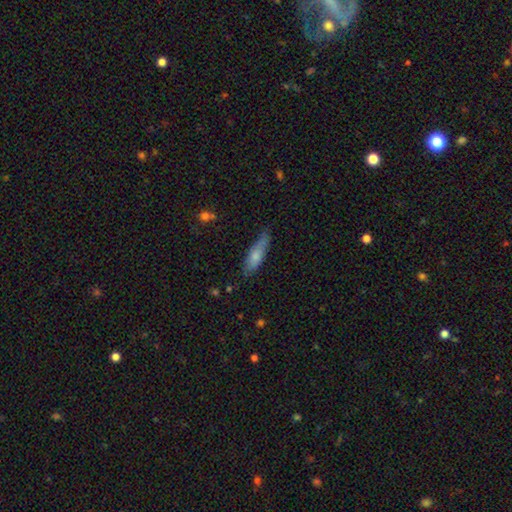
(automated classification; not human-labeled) Morphology: type=smooth (73%); roundness=cigar-shaped (60%); merging=none (64%).